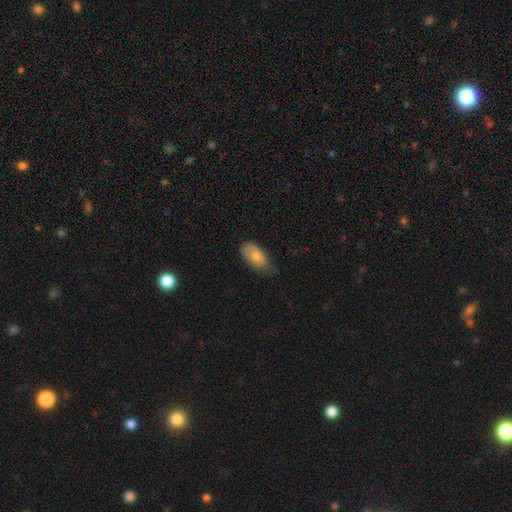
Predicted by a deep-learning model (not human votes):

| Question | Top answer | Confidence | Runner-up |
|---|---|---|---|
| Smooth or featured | smooth | 82% | featured or disk (12%) |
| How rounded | in between | 93% | cigar-shaped (4%) |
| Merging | none | 57% | minor disturbance (35%) |